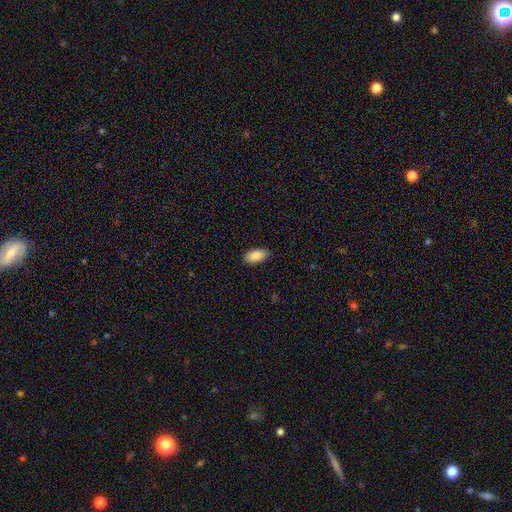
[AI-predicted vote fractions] smooth 88%, star or artifact 7%, featured or disk 5%. Down the decision tree: how rounded — in between (94%); merging — none (86%).